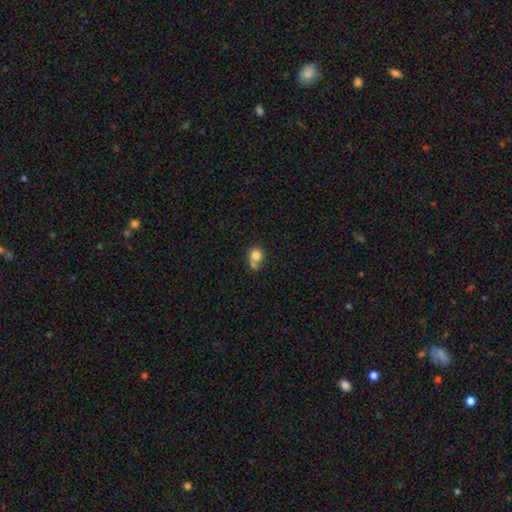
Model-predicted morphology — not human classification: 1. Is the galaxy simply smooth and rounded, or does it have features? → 79% smooth, 11% featured or disk, 10% star or artifact.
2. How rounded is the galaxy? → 79% round, 20% in between, 1% cigar-shaped.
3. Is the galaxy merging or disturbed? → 41% none, 38% merger, 14% minor disturbance, 7% major disturbance.